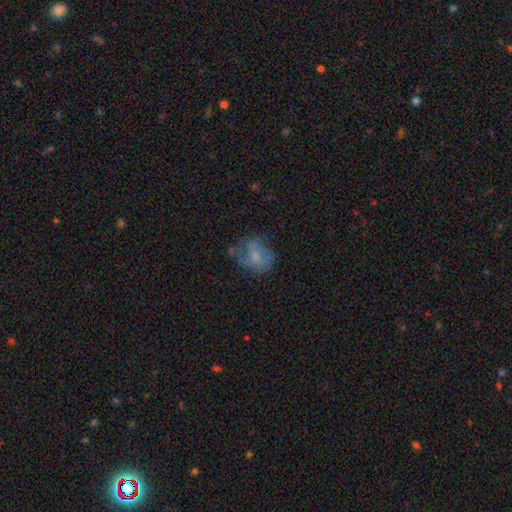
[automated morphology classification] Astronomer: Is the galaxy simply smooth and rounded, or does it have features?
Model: smooth — 50% (runner-up: featured or disk, 40%).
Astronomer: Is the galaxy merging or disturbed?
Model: none — 44% (runner-up: minor disturbance, 28%).